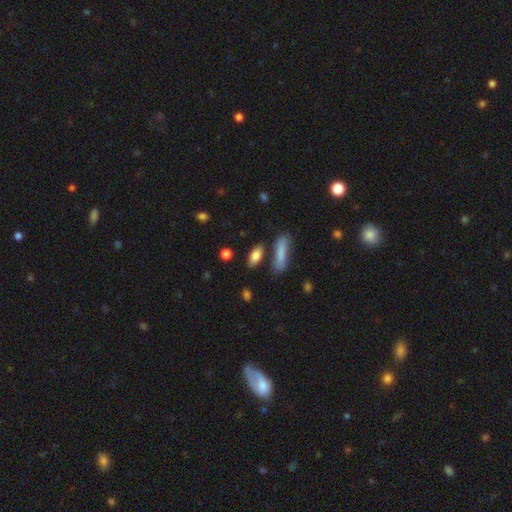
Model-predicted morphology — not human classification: A smooth galaxy with no disk features (82%) that is in between round and cigar-shaped (68%).

Vote fractions:
- Smooth or featured? smooth: 82% / featured or disk: 11% / star or artifact: 7%
- How rounded? in between: 68% / cigar-shaped: 28% / round: 5%
- Merging? none: 76% / minor disturbance: 12% / merger: 8% / major disturbance: 4%